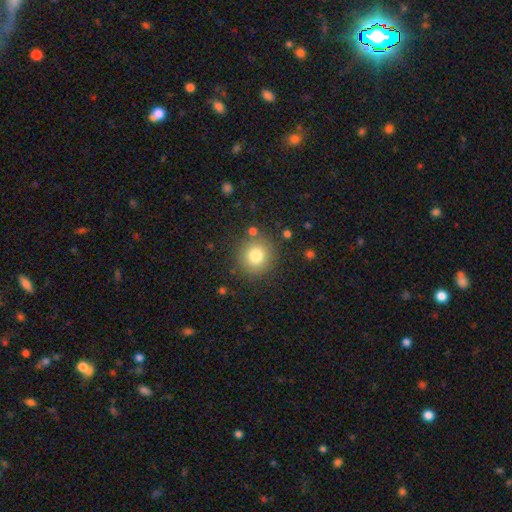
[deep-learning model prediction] This is likely a smooth galaxy (79%). How rounded: clearly round (91%). Merging: clearly none (84%).